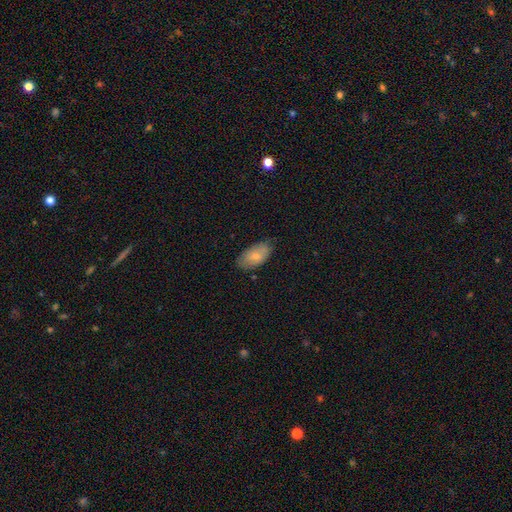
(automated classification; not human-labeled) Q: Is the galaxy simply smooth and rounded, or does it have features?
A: smooth — 79%.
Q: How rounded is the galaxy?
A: in between — 95%.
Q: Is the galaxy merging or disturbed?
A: none — 72%.